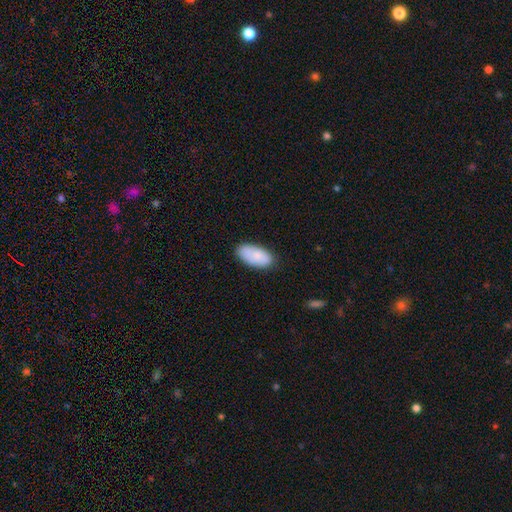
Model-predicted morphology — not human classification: Q: Smooth or featured?
A: smooth (85%); runner-up: featured or disk (9%)
Q: How rounded?
A: in between (93%); runner-up: cigar-shaped (5%)
Q: Merging?
A: none (79%); runner-up: minor disturbance (16%)